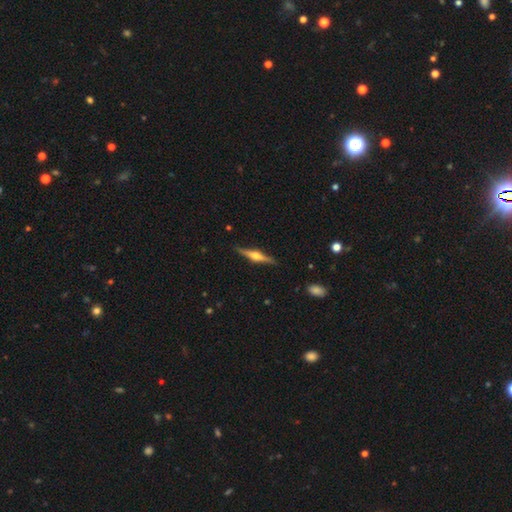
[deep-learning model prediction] The model was most divided on "smooth or featured": featured or disk: 75%, smooth: 19%, star or artifact: 5%. More confident: edge-on disk — yes (98%); edge-on bulge — rounded (91%); merging — none (89%).